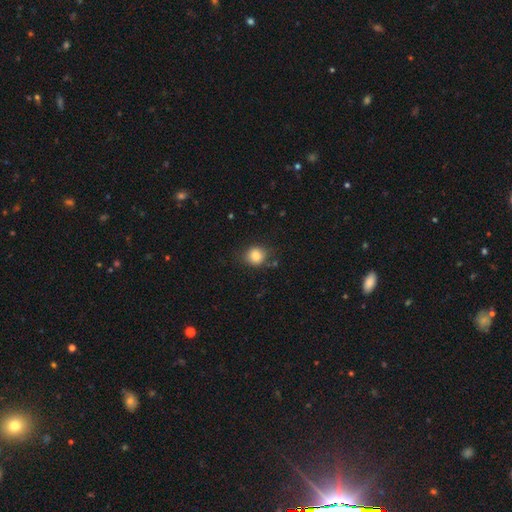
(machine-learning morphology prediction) This appears to be a smooth galaxy with no disk features (83%) that is round (77%). Merging: none (79%).